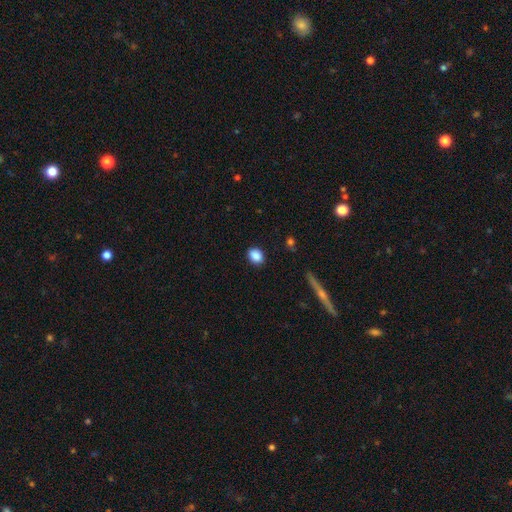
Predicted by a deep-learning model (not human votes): smooth-or-featured: smooth: 88% | star or artifact: 8% | featured or disk: 4%
  how-rounded: round: 50% | in between: 49% | cigar-shaped: 2%
  merging: none: 88% | minor disturbance: 8% | major disturbance: 2% | merger: 1%